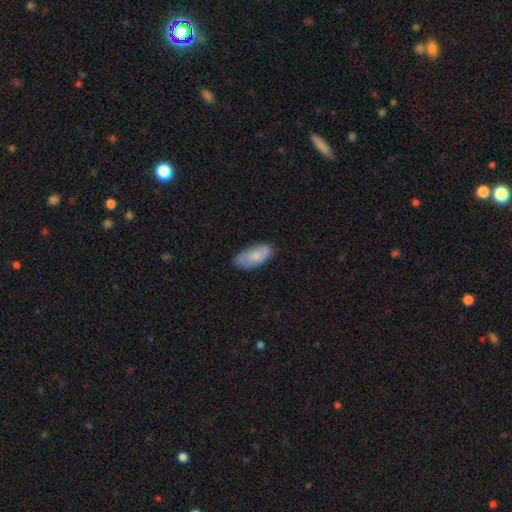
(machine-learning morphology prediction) A smooth galaxy with no disk features (72%) that is in between round and cigar-shaped (91%). Merging: none (74%).